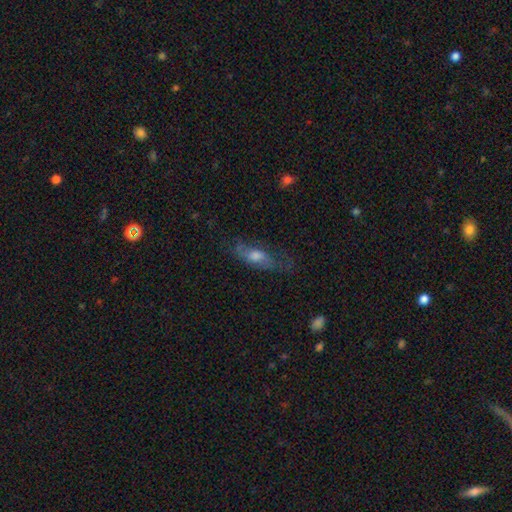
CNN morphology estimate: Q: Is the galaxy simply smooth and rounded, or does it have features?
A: featured or disk — 46%.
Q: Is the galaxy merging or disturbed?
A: none — 56%.